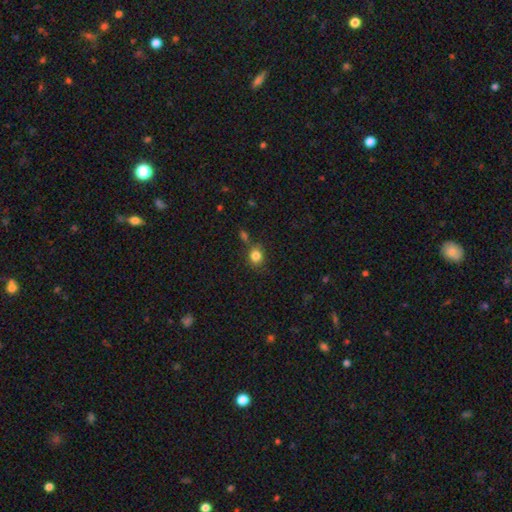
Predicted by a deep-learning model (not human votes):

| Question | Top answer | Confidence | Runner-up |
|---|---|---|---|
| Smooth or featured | smooth | 83% | star or artifact (12%) |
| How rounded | round | 77% | in between (22%) |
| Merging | none | 73% | minor disturbance (13%) |